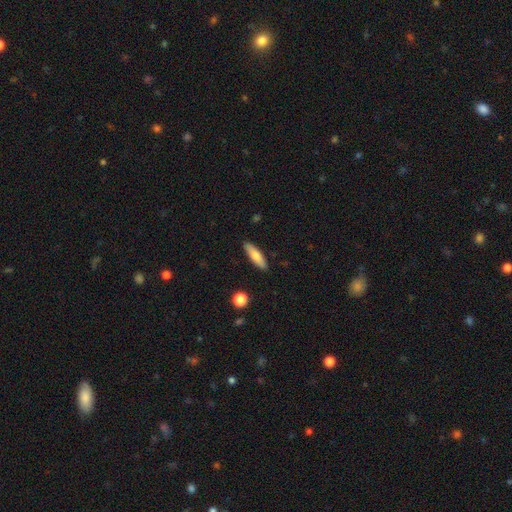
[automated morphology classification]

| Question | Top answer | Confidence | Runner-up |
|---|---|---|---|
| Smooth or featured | smooth | 76% | featured or disk (18%) |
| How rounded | cigar-shaped | 63% | in between (36%) |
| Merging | none | 89% | minor disturbance (8%) |